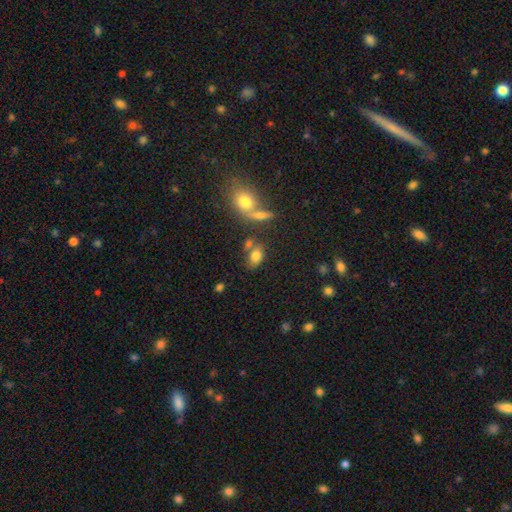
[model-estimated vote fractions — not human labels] Smooth or featured: smooth — 77% (featured or disk — 12%)
How rounded: in between — 83% (round — 14%)
Merging: none — 53% (merger — 24%)